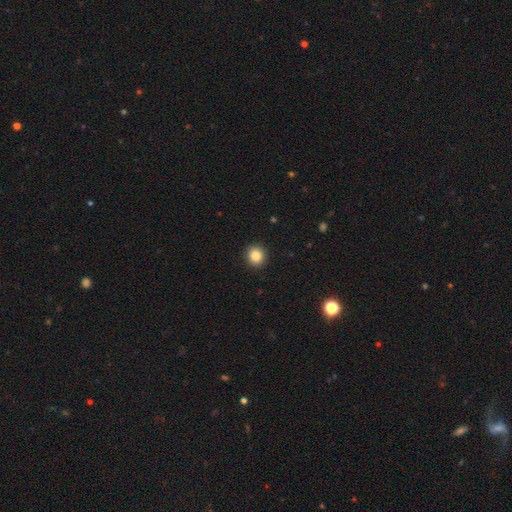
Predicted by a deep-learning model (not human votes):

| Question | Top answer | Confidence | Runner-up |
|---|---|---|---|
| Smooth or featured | smooth | 86% | star or artifact (10%) |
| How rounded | round | 84% | in between (15%) |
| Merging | none | 92% | minor disturbance (6%) |